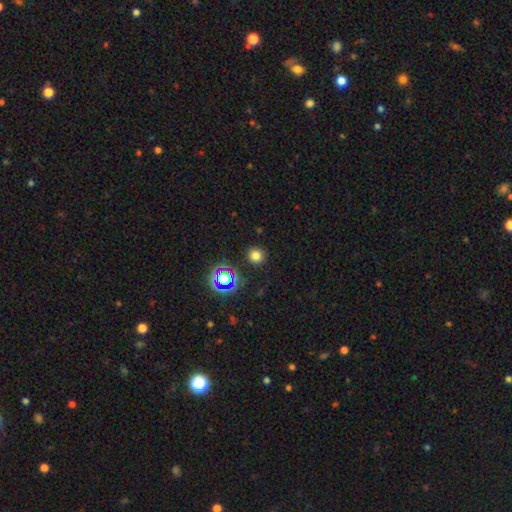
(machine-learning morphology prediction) The model was most divided on "smooth or featured": smooth: 74%, star or artifact: 21%, featured or disk: 6%. More confident: how rounded — round (93%); merging — none (89%).